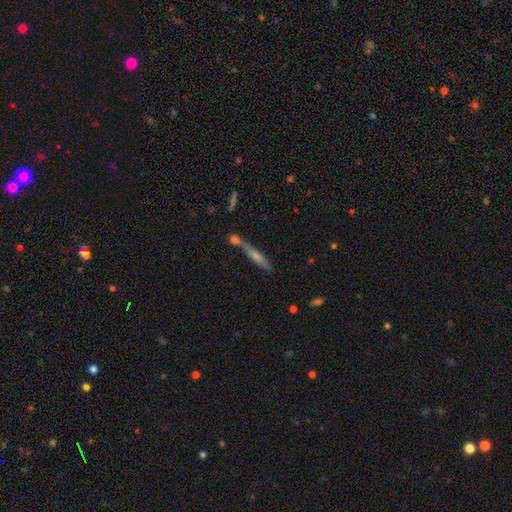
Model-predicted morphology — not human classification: smooth_or_featured: smooth (p=0.44) [tied with: featured or disk p=0.44]
merging: none (p=0.55) [alt: merger p=0.30]